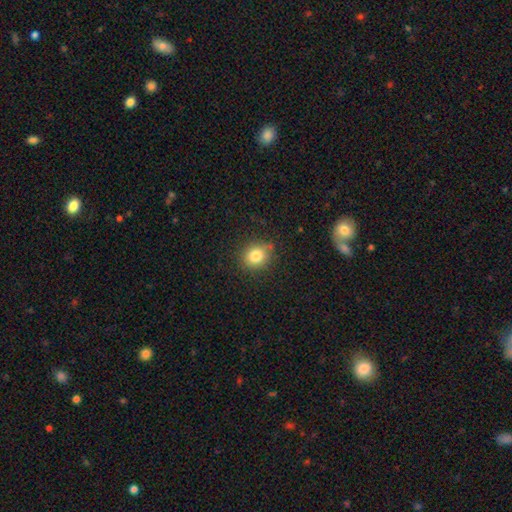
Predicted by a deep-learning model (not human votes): Smooth or featured?
  - smooth: 81% *
  - star or artifact: 11%
  - featured or disk: 7%
How rounded?
  - round: 69% *
  - in between: 30%
  - cigar-shaped: 1%
Merging?
  - none: 82% *
  - minor disturbance: 13%
  - major disturbance: 3%
  - merger: 2%